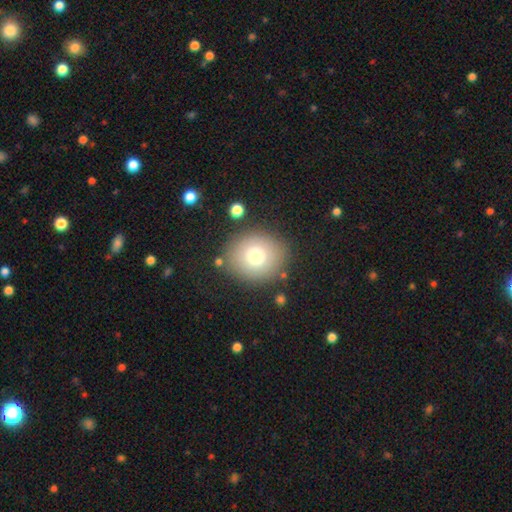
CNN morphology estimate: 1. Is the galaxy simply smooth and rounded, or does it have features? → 74% smooth, 15% featured or disk, 10% star or artifact.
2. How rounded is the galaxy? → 77% round, 22% in between, 1% cigar-shaped.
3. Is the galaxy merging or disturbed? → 82% none, 11% minor disturbance, 4% major disturbance, 3% merger.